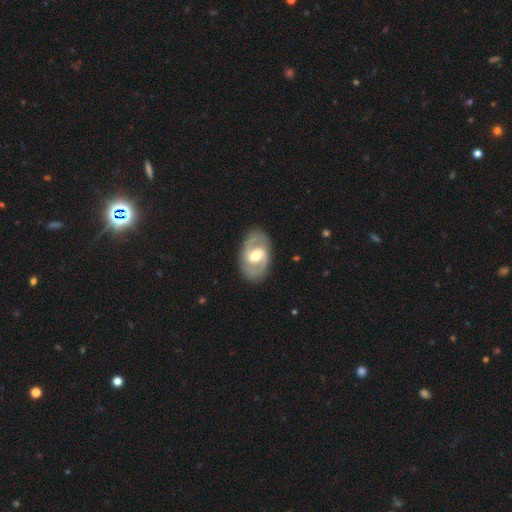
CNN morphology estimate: Smooth or featured: featured or disk — 79% (smooth — 17%)
Edge-on disk: no — 96% (yes — 4%)
Bar: weak — 50% (strong — 26%)
Spiral arms: yes — 81% (no — 19%)
Spiral winding: medium — 48% (tight — 35%)
Spiral arm count: 2 — 88% (can't tell — 7%)
Bulge size: moderate — 69% (large — 15%)
Merging: none — 86% (minor disturbance — 10%)